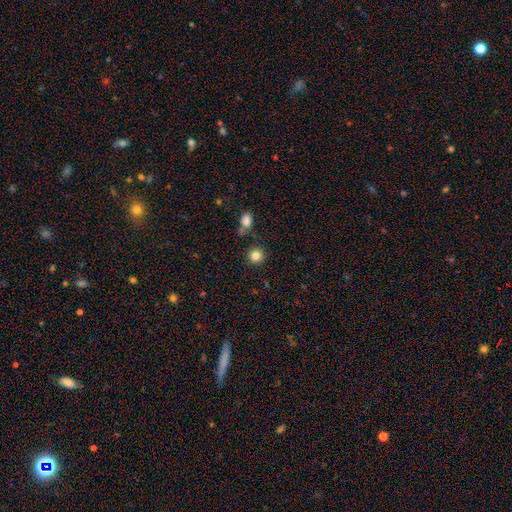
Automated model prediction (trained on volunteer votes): Morphology: type=smooth (84%); roundness=round (92%); merging=none (84%).